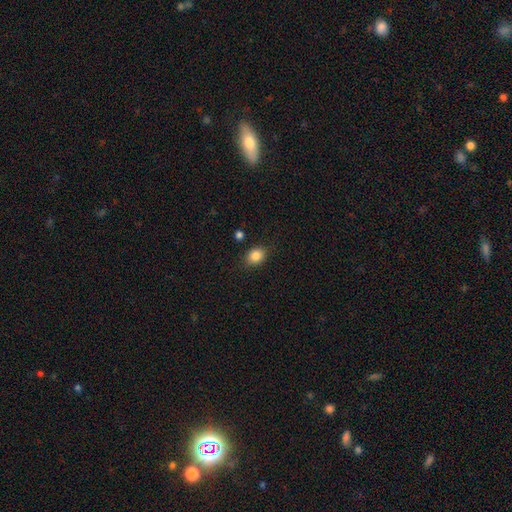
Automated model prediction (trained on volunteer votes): Smooth or featured?
  - smooth: 86% *
  - star or artifact: 9%
  - featured or disk: 5%
How rounded?
  - in between: 59% *
  - round: 40%
  - cigar-shaped: 1%
Merging?
  - none: 83% *
  - minor disturbance: 12%
  - major disturbance: 3%
  - merger: 2%